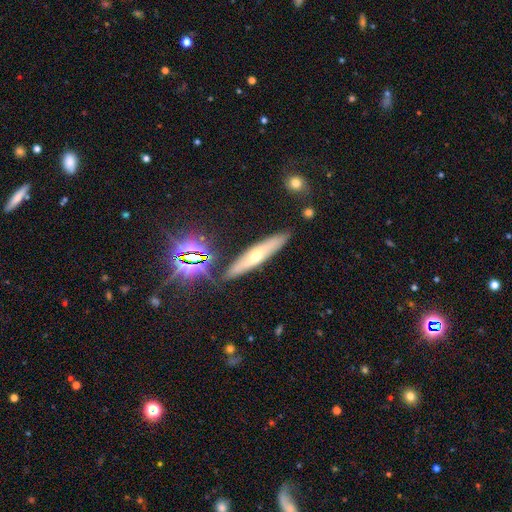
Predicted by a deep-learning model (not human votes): A featured or disk galaxy (51%) viewed edge-on (79%).

Vote fractions:
- Smooth or featured? featured or disk: 51% / smooth: 35% / star or artifact: 14%
- Edge-on disk? yes: 79% / no: 21%
- Merging? none: 85% / minor disturbance: 10% / merger: 3% / major disturbance: 2%